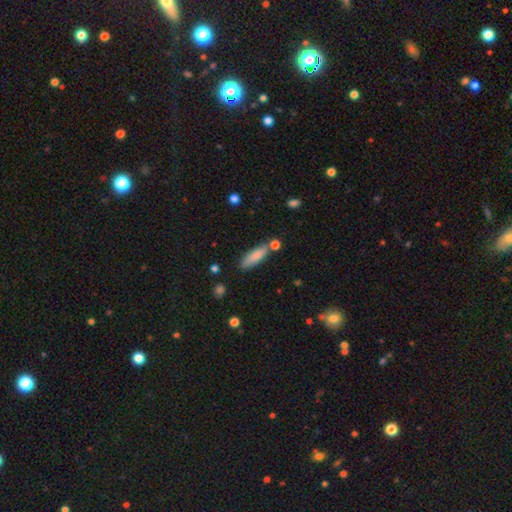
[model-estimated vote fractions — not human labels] A smooth galaxy with no disk features (82%) that is cigar-shaped (54%). Merging: none (73%).